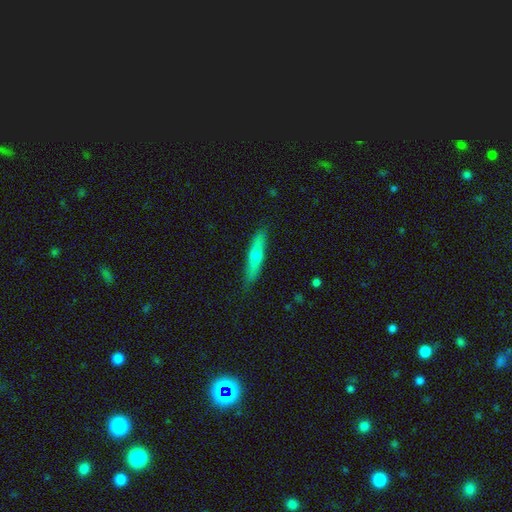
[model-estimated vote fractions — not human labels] A smooth galaxy with no disk features (49%). Merging: none (86%).